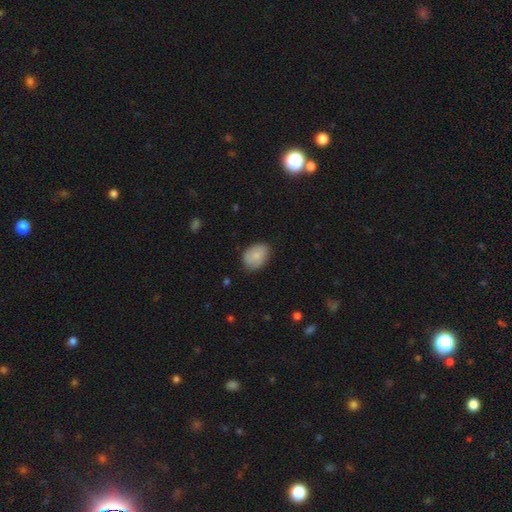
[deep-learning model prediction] Morphology: type=smooth (81%); roundness=in between (76%); merging=none (74%).